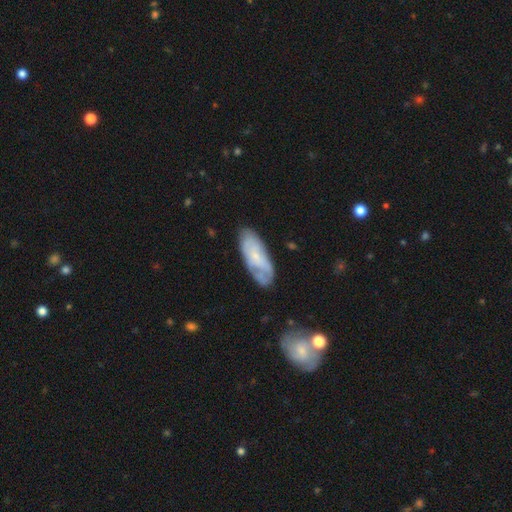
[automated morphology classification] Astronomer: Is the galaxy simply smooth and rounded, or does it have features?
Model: featured or disk — 47%, tied with smooth at 47%.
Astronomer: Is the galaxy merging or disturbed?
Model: none — 63%.